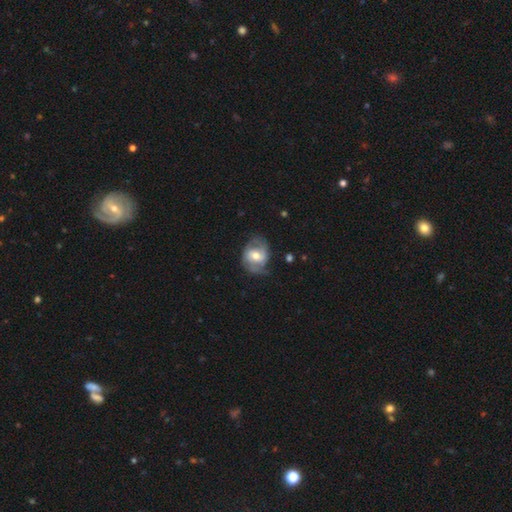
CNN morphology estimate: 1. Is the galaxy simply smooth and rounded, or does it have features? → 72% featured or disk, 22% smooth, 6% star or artifact.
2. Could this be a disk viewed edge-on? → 97% no, 3% yes.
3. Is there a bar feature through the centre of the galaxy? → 42% weak, 40% no, 18% strong.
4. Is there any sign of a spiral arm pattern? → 86% yes, 14% no.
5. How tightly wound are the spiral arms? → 45% medium, 35% tight, 20% loose.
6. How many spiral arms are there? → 79% 2, 12% can't tell, 4% 1, 3% 3, 1% 4, 1% more than 4.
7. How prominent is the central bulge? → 68% moderate, 23% small, 7% large, 1% none, 1% dominant.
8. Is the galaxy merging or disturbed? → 64% none, 22% minor disturbance, 12% major disturbance, 2% merger.